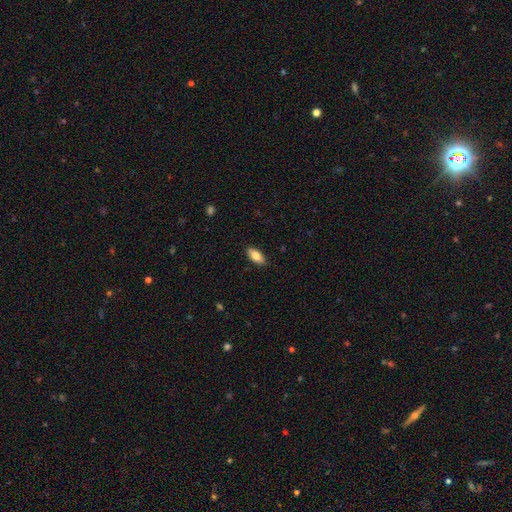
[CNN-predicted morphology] This appears to be a smooth galaxy with no disk features (81%) that is in between round and cigar-shaped (86%). Merging: none (88%).